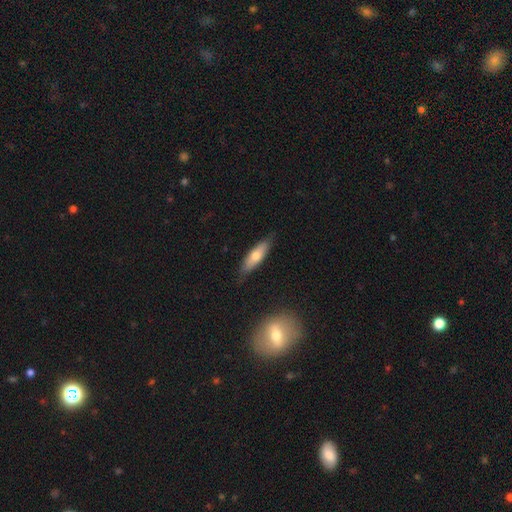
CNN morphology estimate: A smooth galaxy with no disk features (65%) that is cigar-shaped (52%).

Vote fractions:
- Smooth or featured? smooth: 65% / featured or disk: 29% / star or artifact: 6%
- How rounded? cigar-shaped: 52% / in between: 46% / round: 2%
- Merging? none: 80% / minor disturbance: 15% / major disturbance: 3% / merger: 2%